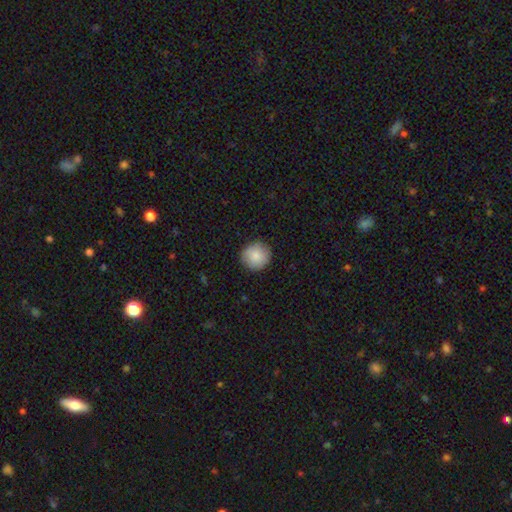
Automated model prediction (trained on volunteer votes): Morphology: type=smooth (86%); roundness=round (95%); merging=none (90%).